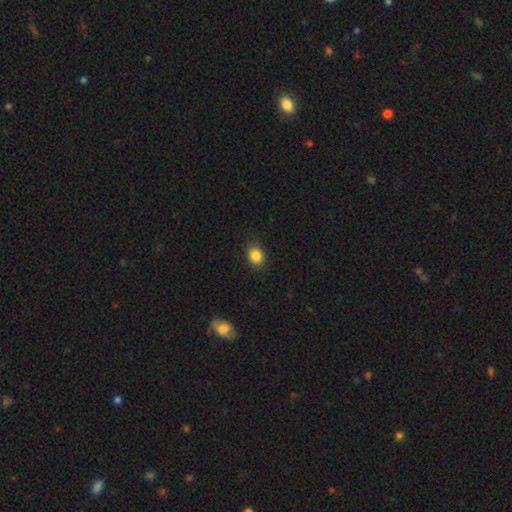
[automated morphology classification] This appears to be a smooth galaxy with no disk features (85%) that is round (57%). Merging: none (86%).